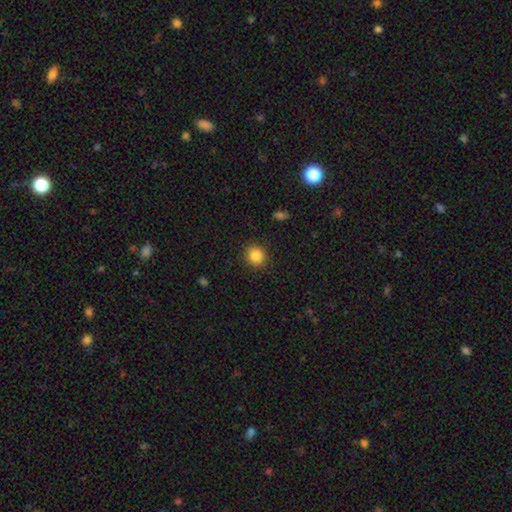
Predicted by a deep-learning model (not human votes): Overall: smooth (86%). How rounded: round (89%). Merging: none (90%).